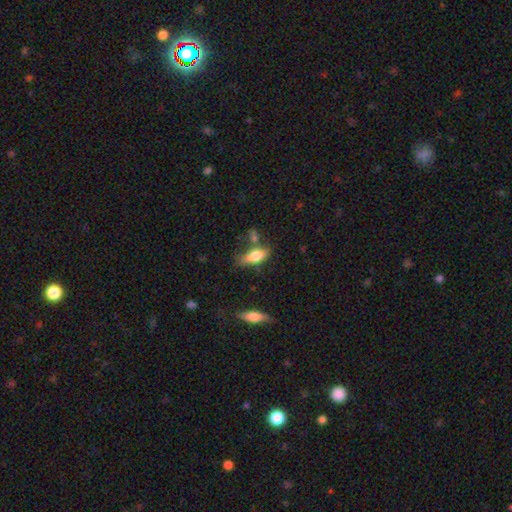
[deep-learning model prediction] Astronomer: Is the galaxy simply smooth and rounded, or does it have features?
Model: smooth — 75%.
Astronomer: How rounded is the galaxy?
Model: in between — 78%.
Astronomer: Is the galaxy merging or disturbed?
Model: none — 53%.